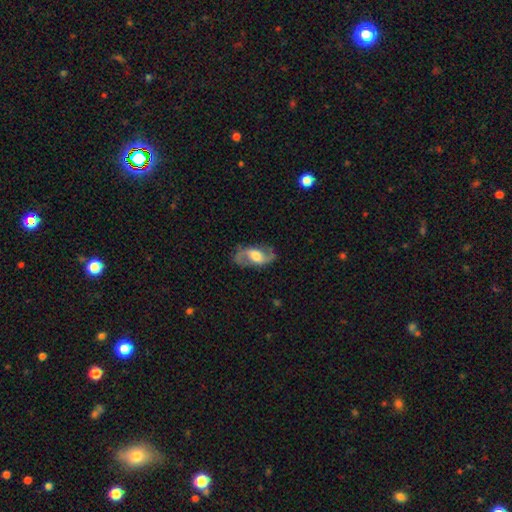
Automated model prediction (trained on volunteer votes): Overall: featured or disk (83%). Edge-on disk: no (95%). Bar: weak (45%; no 37%). Spiral arms: yes (94%). Spiral arm count: 2 (93%). Spiral winding: loose (51%; medium 40%). Bulge size: moderate (49%; large 34%). Merging: none (79%).